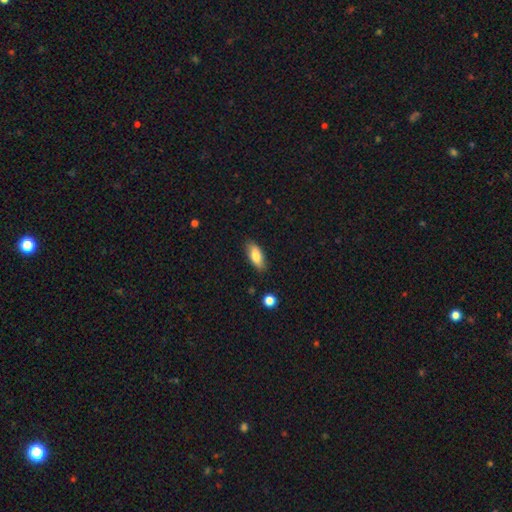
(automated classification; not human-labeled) smooth_or_featured: smooth (p=0.81) [alt: featured or disk p=0.13]
how_rounded: in between (p=0.80) [alt: cigar-shaped p=0.17]
merging: none (p=0.85) [alt: minor disturbance p=0.11]